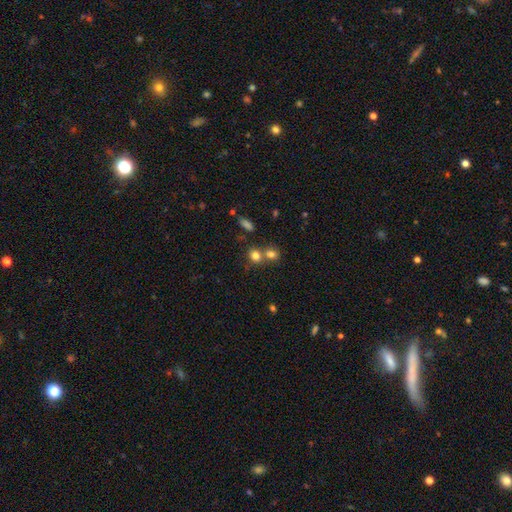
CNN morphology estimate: Smooth or featured? smooth (77%)
How rounded? round (74%)
Merging? none (47%)